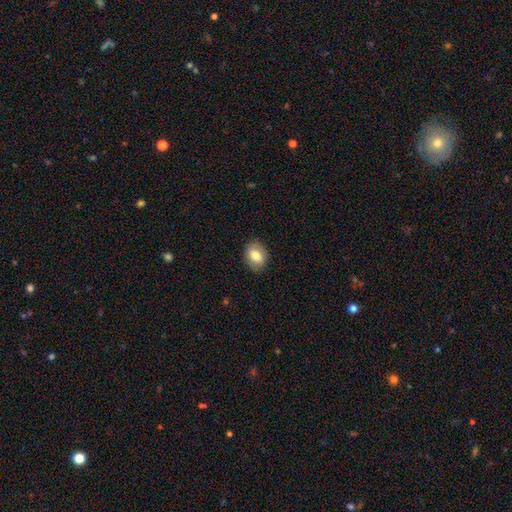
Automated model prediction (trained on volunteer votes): A smooth galaxy with no disk features (79%) that is in between round and cigar-shaped (71%). Merging: none (87%).